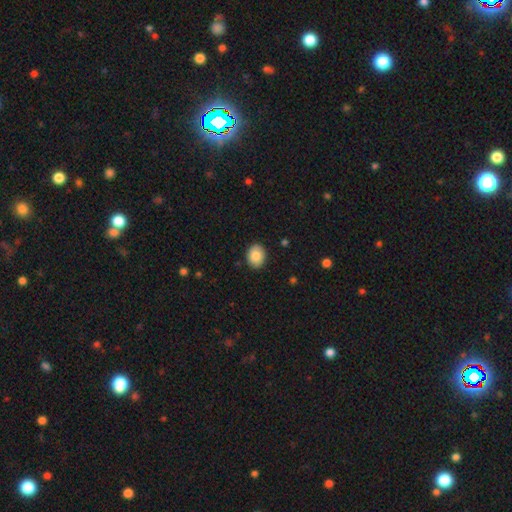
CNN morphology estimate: type=smooth (84%); roundness=in between (54%); merging=none (89%).